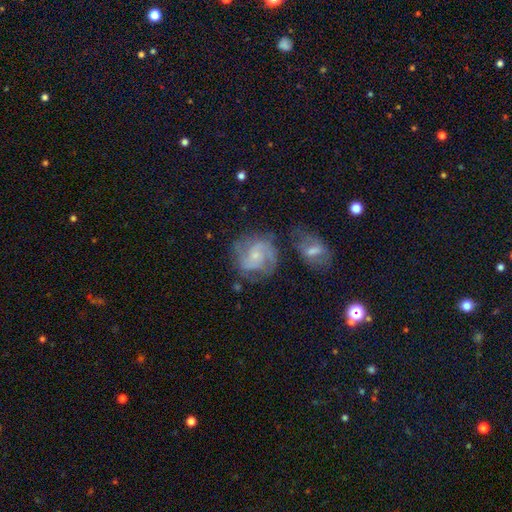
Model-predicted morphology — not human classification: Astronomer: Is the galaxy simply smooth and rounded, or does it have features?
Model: featured or disk — 80%.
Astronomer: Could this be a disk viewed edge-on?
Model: no — 98%.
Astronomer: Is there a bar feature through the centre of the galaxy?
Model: no — 59% (runner-up: weak, 35%).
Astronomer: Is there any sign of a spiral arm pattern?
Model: yes — 94%.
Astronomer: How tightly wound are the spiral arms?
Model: medium — 50% (runner-up: tight, 35%).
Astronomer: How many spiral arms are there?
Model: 2 — 60%.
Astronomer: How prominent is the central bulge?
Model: small — 65%.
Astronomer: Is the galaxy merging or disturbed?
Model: none — 60%.